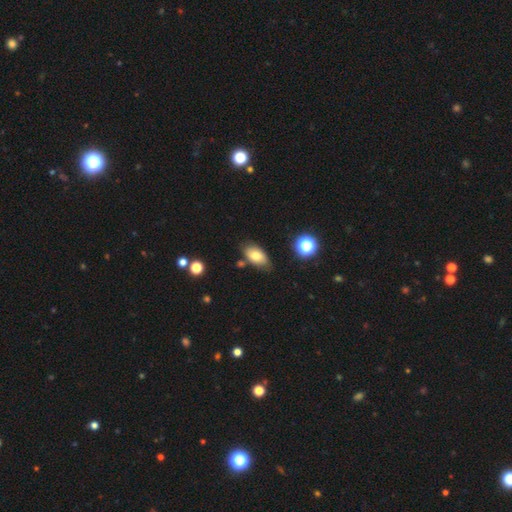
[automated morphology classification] smooth-or-featured: smooth: 77% | featured or disk: 14% | star or artifact: 9%
  how-rounded: in between: 91% | round: 6% | cigar-shaped: 3%
  merging: none: 75% | minor disturbance: 17% | merger: 5% | major disturbance: 3%